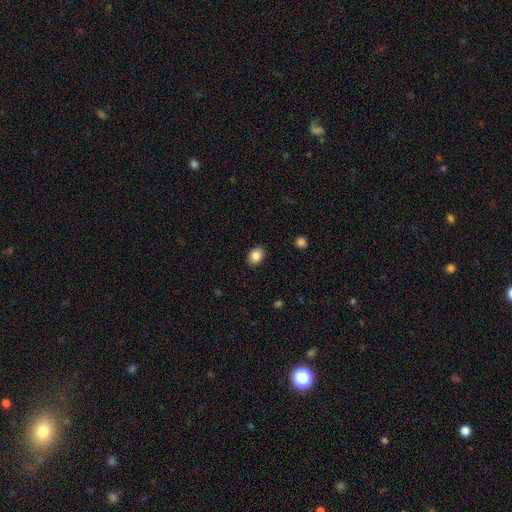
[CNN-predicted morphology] Smooth or featured? smooth (85%)
How rounded? in between (68%)
Merging? none (89%)